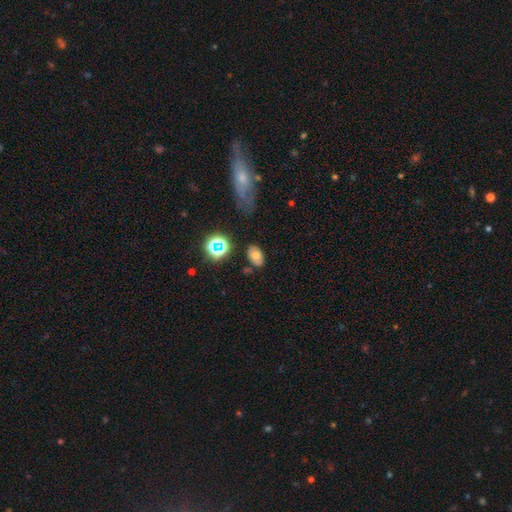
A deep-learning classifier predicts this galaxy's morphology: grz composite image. It shows a smooth galaxy with no disk features (66%) that is in between round and cigar-shaped (85%). Merging: none (77%).